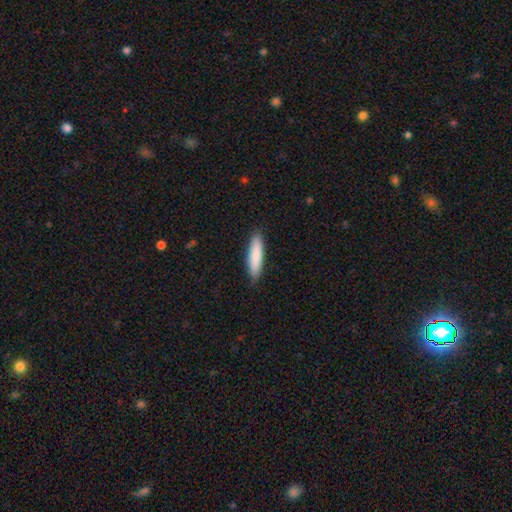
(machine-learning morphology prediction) smooth-or-featured: smooth: 86% | featured or disk: 9% | star or artifact: 5%
  how-rounded: cigar-shaped: 69% | in between: 30% | round: 1%
  merging: none: 87% | minor disturbance: 10% | major disturbance: 2% | merger: 1%